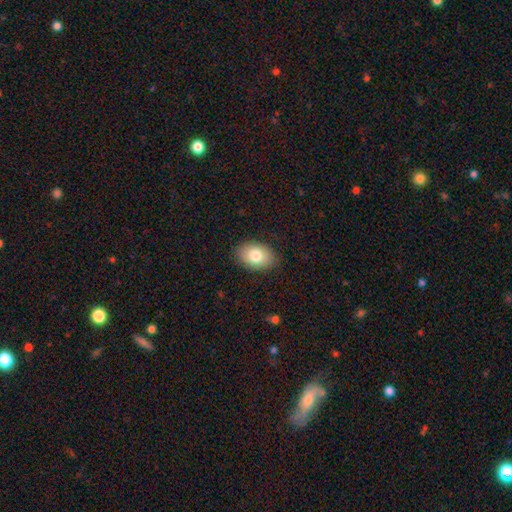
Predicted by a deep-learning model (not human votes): Smooth or featured: smooth — 80% (featured or disk — 13%)
How rounded: in between — 87% (round — 12%)
Merging: none — 87% (minor disturbance — 9%)